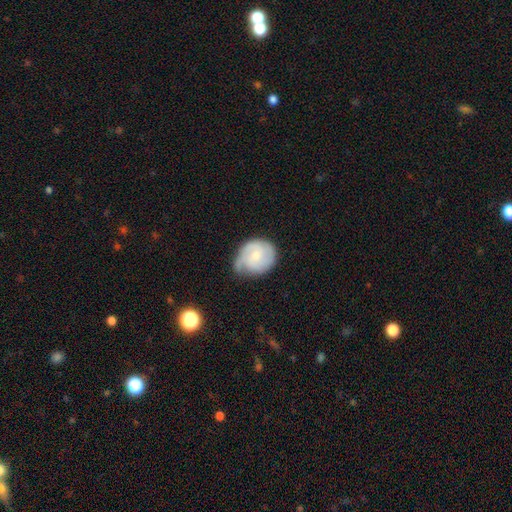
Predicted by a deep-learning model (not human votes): featured or disk 57%, smooth 37%, star or artifact 6%. Down the decision tree: edge-on disk — no (98%); bar — no (64%); spiral arms — yes (88%); bulge size — small (59%); merging — none (49%).